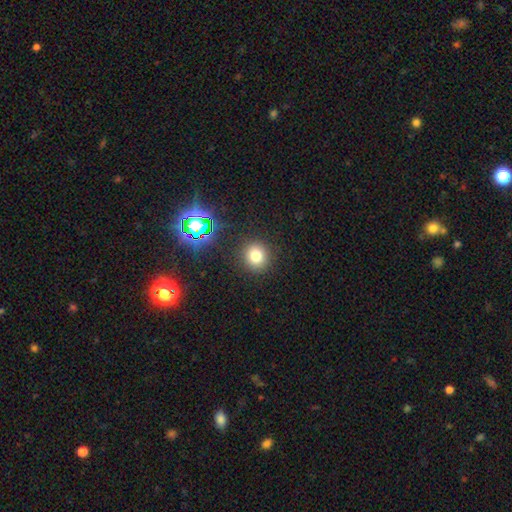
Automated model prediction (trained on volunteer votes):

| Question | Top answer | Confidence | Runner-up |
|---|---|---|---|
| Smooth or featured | smooth | 75% | star or artifact (18%) |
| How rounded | round | 89% | in between (10%) |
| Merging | none | 90% | minor disturbance (6%) |